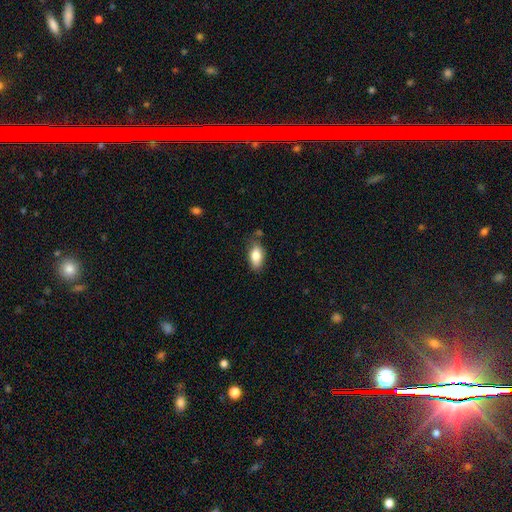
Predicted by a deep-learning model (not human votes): Smooth or featured: smooth — 82% (featured or disk — 11%)
How rounded: in between — 90% (cigar-shaped — 6%)
Merging: none — 74% (minor disturbance — 19%)